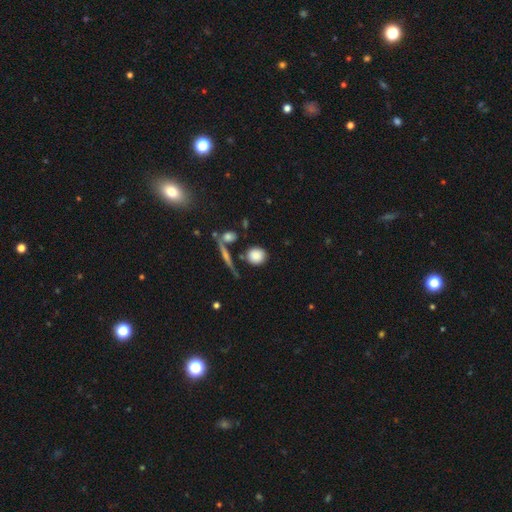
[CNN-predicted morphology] smooth_or_featured: smooth (p=0.83) [alt: featured or disk p=0.08]
how_rounded: round (p=0.83) [alt: in between p=0.14]
merging: none (p=0.76) [alt: minor disturbance p=0.11]